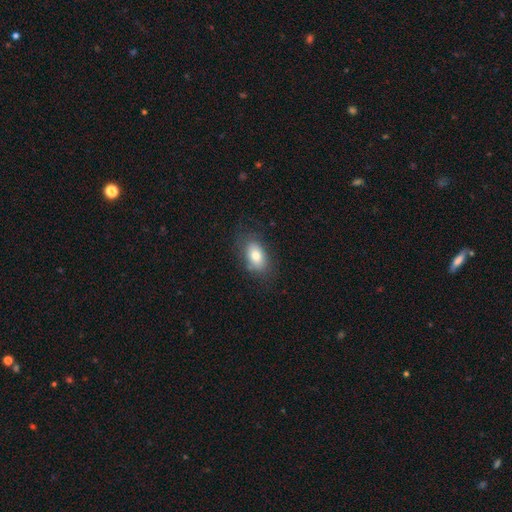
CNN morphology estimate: The model was most divided on "merging": none: 77%, minor disturbance: 16%, major disturbance: 6%, merger: 2%. More confident: how rounded — in between (89%); smooth or featured — smooth (77%).